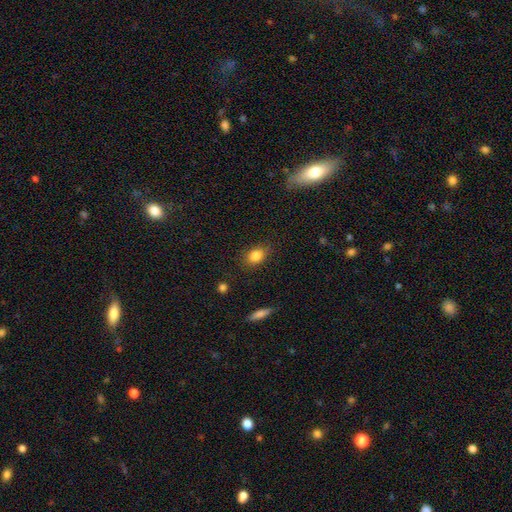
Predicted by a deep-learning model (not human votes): smooth_or_featured: smooth (p=0.84) [alt: star or artifact p=0.09]
how_rounded: in between (p=0.71) [alt: round p=0.27]
merging: none (p=0.83) [alt: minor disturbance p=0.12]